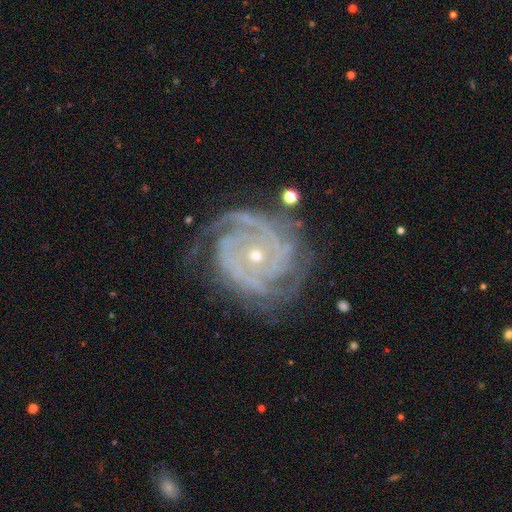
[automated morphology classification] featured or disk 92%, star or artifact 5%, smooth 3%. Down the decision tree: edge-on disk — no (97%); bar — no (77%); spiral arms — yes (98%); spiral arm count — 3 (31%); spiral winding — tight (79%); bulge size — small (65%); merging — none (72%).